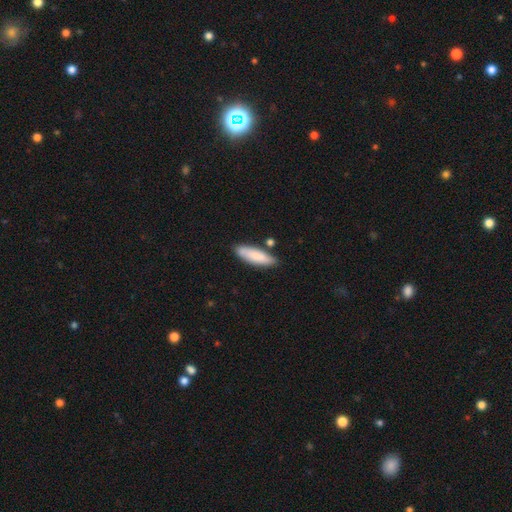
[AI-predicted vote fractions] Morphology: type=smooth (82%); roundness=cigar-shaped (56%); merging=none (75%).